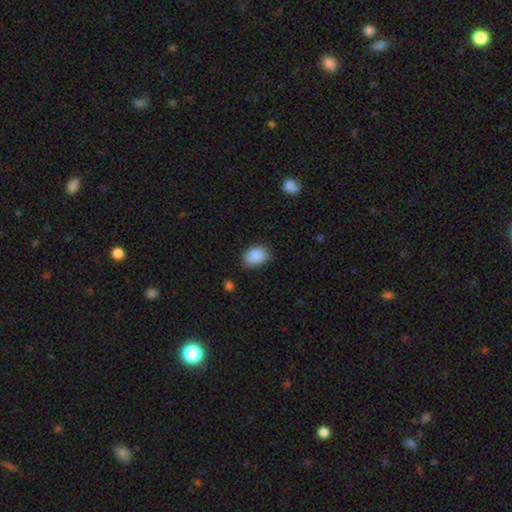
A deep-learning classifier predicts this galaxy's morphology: Smooth or featured? smooth (89%)
How rounded? in between (77%)
Merging? none (77%)